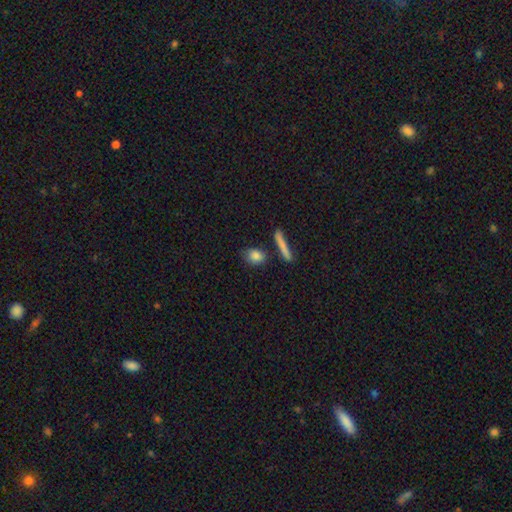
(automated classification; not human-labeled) This is clearly a smooth galaxy (84%). How rounded: possibly in between (47%). Merging: likely none (72%).